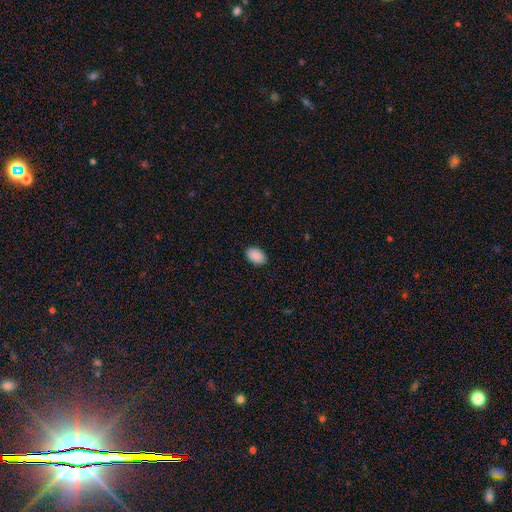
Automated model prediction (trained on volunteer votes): A smooth galaxy with no disk features (91%) that is in between round and cigar-shaped (89%). Merging: none (89%).